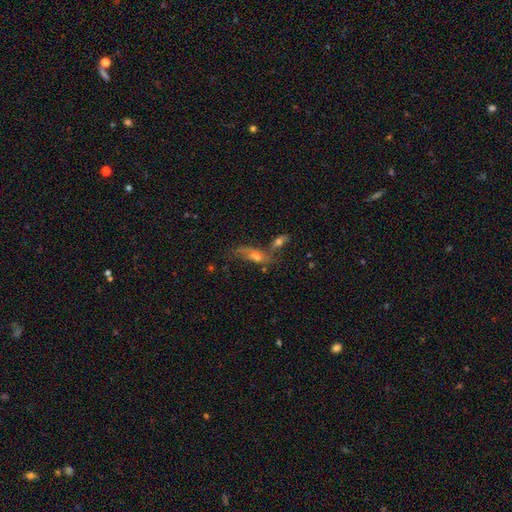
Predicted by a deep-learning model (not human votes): Smooth or featured: featured or disk — 47% (smooth — 37%)
Merging: merger — 46% (none — 26%)